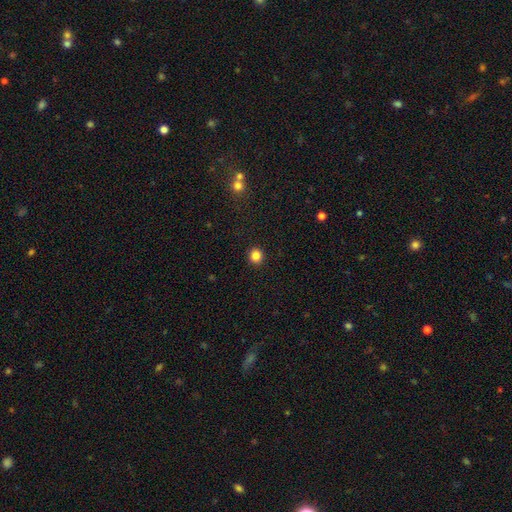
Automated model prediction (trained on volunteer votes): Smooth or featured? Predicted: smooth (p=0.85). How rounded? Predicted: round (p=0.90). Merging? Predicted: none (p=0.93).